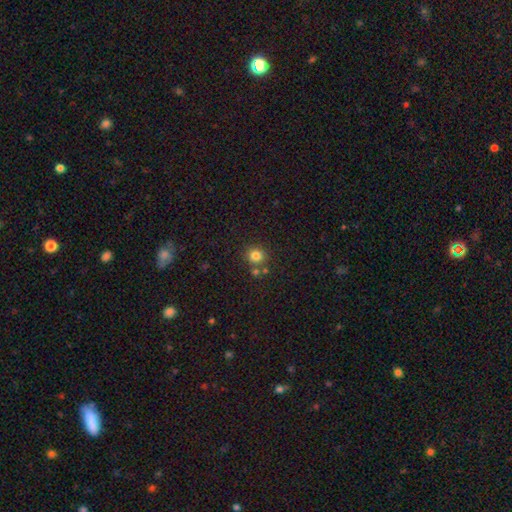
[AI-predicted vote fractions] A smooth galaxy with no disk features (80%) that is round (91%). Merging: none (76%).